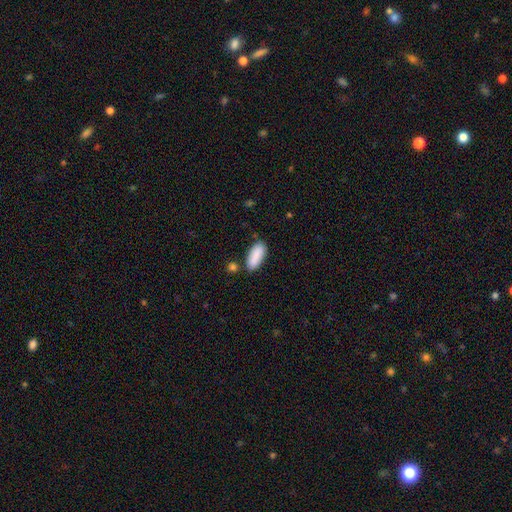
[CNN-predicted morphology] A smooth galaxy with no disk features (89%) that is in between round and cigar-shaped (79%). Merging: none (76%).